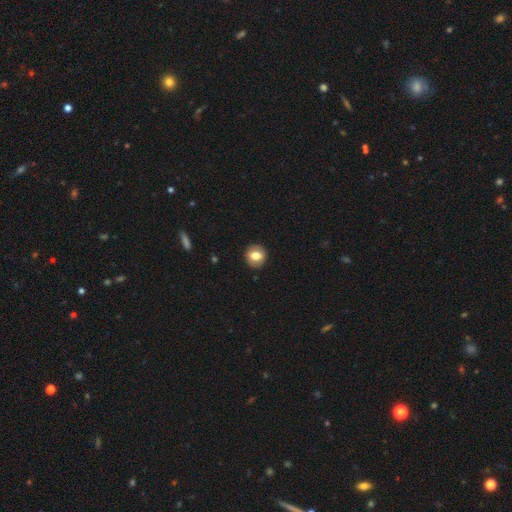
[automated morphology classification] Smooth or featured?
  - smooth: 75% *
  - featured or disk: 16%
  - star or artifact: 9%
How rounded?
  - round: 81% *
  - in between: 18%
  - cigar-shaped: 1%
Merging?
  - none: 90% *
  - minor disturbance: 7%
  - major disturbance: 2%
  - merger: 1%